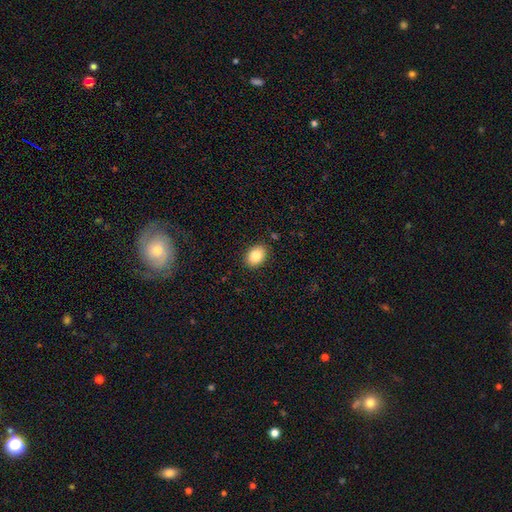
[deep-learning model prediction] smooth_or_featured: smooth (p=0.84) [alt: star or artifact p=0.08]
how_rounded: in between (p=0.75) [alt: round p=0.24]
merging: none (p=0.89) [alt: minor disturbance p=0.08]